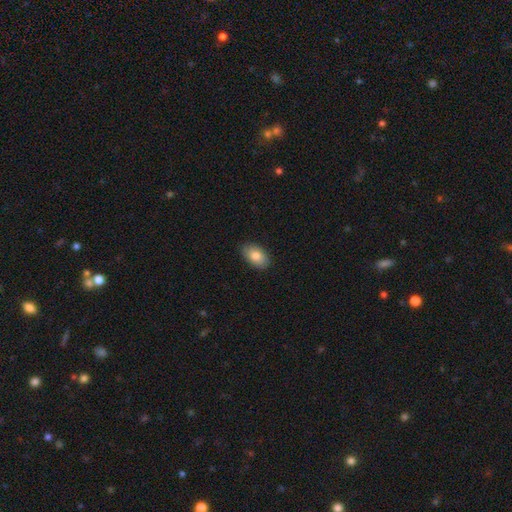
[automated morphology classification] smooth_or_featured: smooth (p=0.84) [alt: featured or disk p=0.09]
how_rounded: in between (p=0.93) [alt: round p=0.06]
merging: none (p=0.88) [alt: minor disturbance p=0.10]